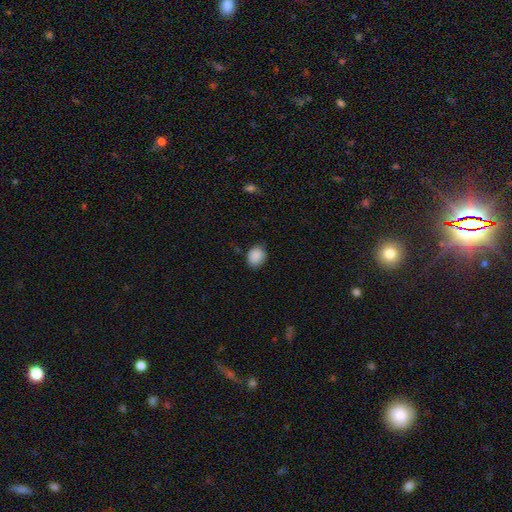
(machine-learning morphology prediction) This appears to be a smooth galaxy with no disk features (88%) that is round (52%). Merging: none (78%).